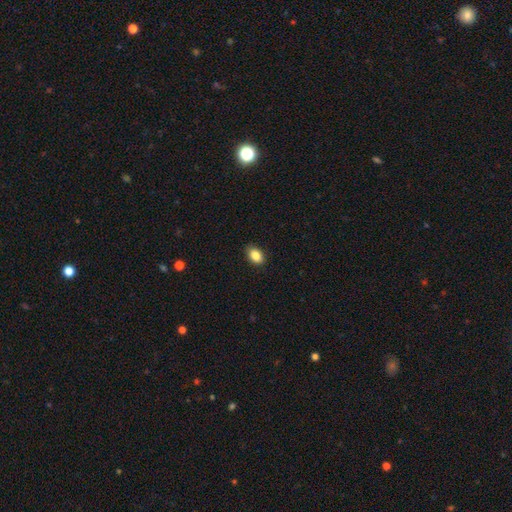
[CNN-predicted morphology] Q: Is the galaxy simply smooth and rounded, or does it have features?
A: smooth — 86%.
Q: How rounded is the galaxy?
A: in between — 85%.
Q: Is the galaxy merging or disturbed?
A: none — 86%.